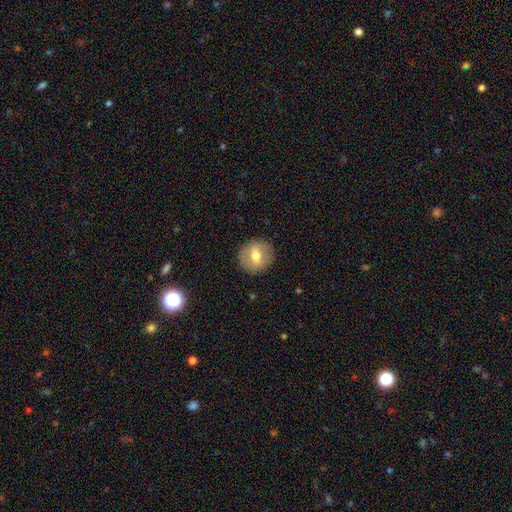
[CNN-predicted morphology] type=smooth (56%); roundness=round (88%); merging=none (89%).